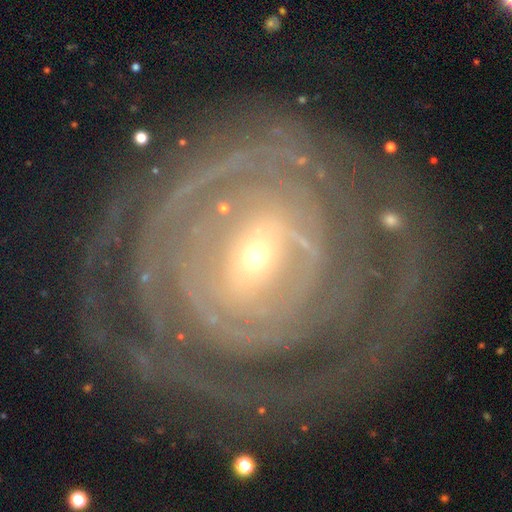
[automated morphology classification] Overall: featured or disk (84%). Edge-on disk: no (96%). Bar: weak (39%; no 33%). Spiral arms: yes (86%). Spiral arm count: can't tell (45%; 2 16%). Spiral winding: tight (81%). Bulge size: small (73%). Merging: none (74%).